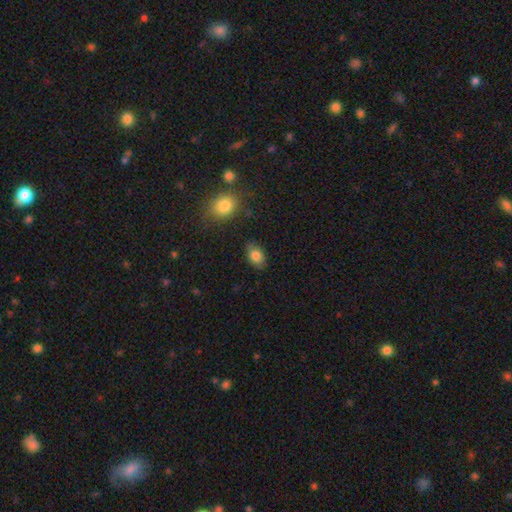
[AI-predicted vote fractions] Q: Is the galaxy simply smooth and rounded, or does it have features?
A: smooth — 83%.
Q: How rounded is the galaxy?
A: in between — 86%.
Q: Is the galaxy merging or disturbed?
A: none — 80%.